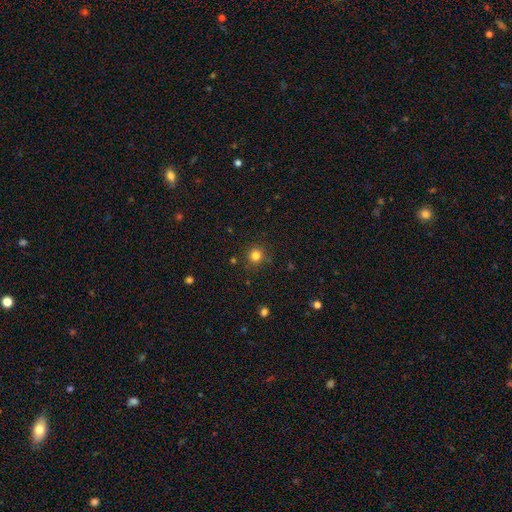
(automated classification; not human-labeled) smooth 80%, star or artifact 15%, featured or disk 5%. Down the decision tree: how rounded — round (92%); merging — none (85%).